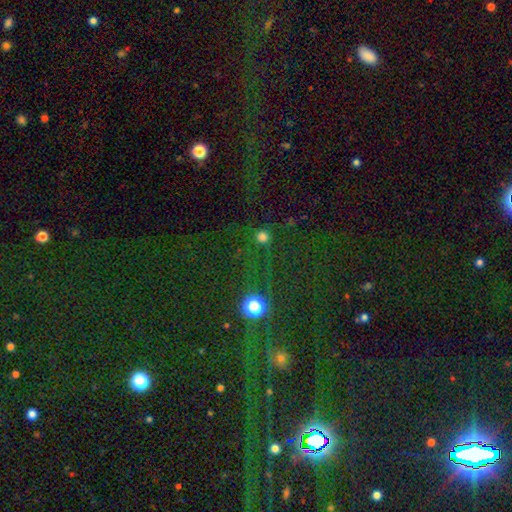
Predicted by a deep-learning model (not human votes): Morphology: type=star or artifact (70%).